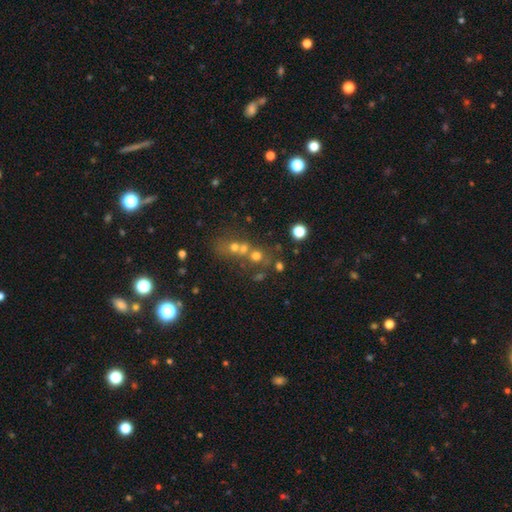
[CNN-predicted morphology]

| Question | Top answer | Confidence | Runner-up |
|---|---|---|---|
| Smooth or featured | smooth | 50% | star or artifact (29%) |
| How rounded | round | 80% | in between (18%) |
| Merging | merger | 49% | none (39%) |